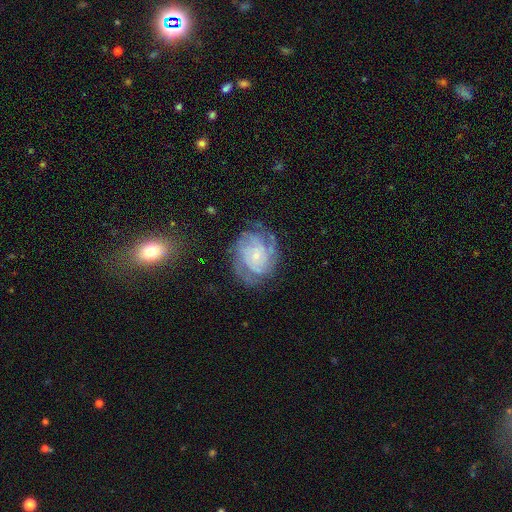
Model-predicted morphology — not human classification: Q: Smooth or featured?
A: featured or disk (83%); runner-up: smooth (10%)
Q: Edge-on disk?
A: no (98%); runner-up: yes (2%)
Q: Bar?
A: no (78%); runner-up: weak (18%)
Q: Spiral arms?
A: yes (94%); runner-up: no (6%)
Q: Spiral winding?
A: tight (63%); runner-up: medium (29%)
Q: Spiral arm count?
A: can't tell (31%); runner-up: 2 (23%)
Q: Bulge size?
A: small (83%); runner-up: moderate (12%)
Q: Merging?
A: none (69%); runner-up: minor disturbance (19%)